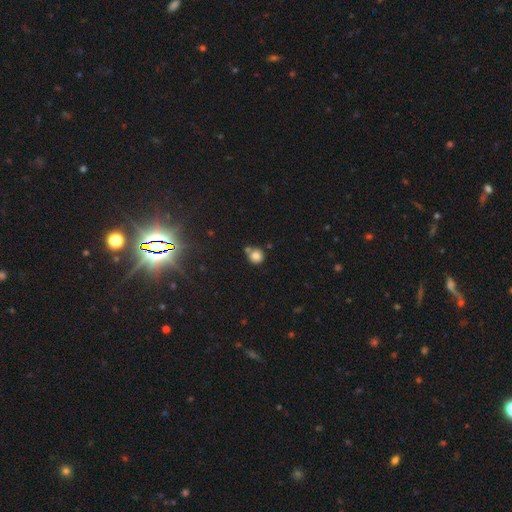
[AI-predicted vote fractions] Overall: smooth (80%). How rounded: round (91%). Merging: none (63%).